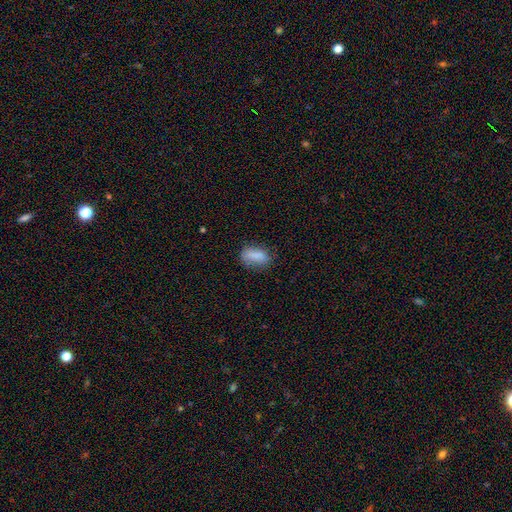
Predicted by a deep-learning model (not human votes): Overall: smooth (83%). How rounded: in between (84%). Merging: none (65%).